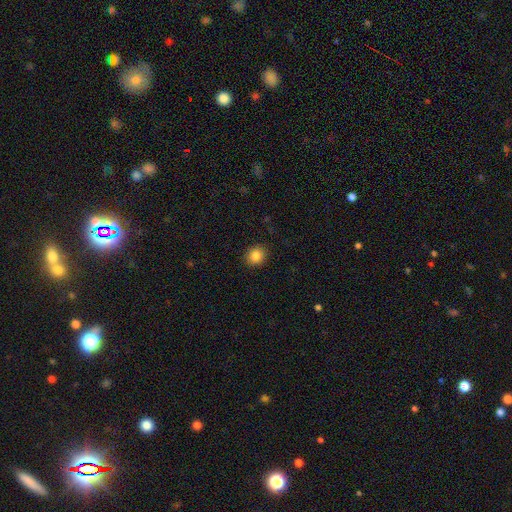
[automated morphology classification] Smooth or featured? smooth (87%)
How rounded? round (78%)
Merging? none (90%)